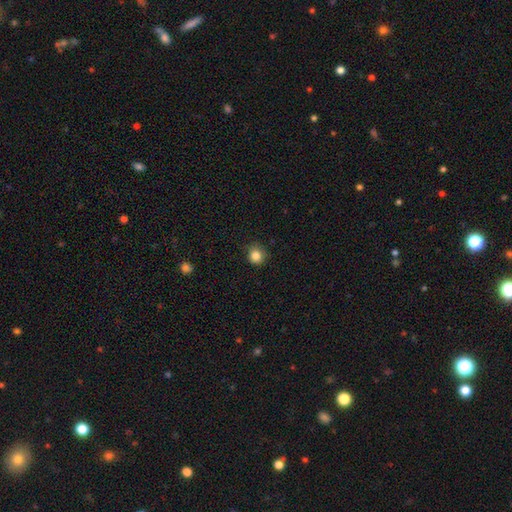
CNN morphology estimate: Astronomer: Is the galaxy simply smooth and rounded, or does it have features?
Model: smooth — 84%.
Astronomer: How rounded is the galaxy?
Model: round — 90%.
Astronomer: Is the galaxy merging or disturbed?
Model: none — 84%.